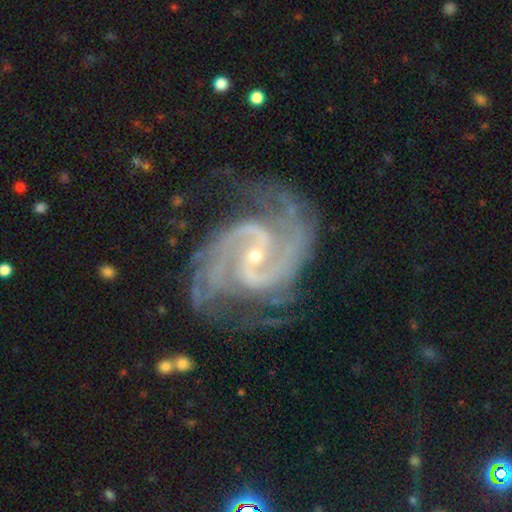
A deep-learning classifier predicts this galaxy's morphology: This is clearly a featured or disk galaxy (93%). It is clearly not viewed edge-on (98%). Bar: marginally weak (45%). Spiral arm pattern: clearly yes (99%). Spiral arm count: likely 2 (72%). Spiral winding: possibly medium (57%). Central bulge: likely small (76%). Merging: likely none (67%).